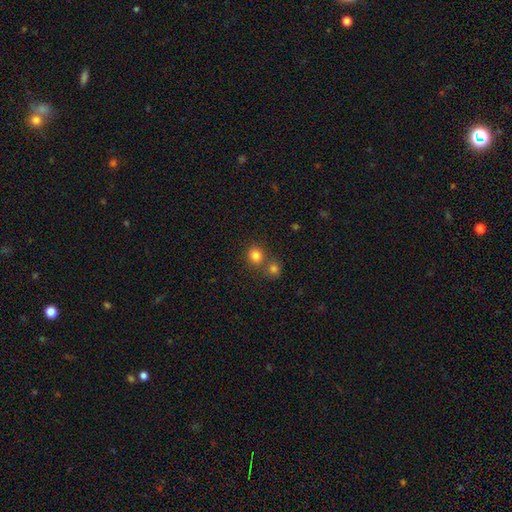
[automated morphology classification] Smooth or featured: smooth — 80% (star or artifact — 14%)
How rounded: round — 83% (in between — 16%)
Merging: none — 60% (merger — 30%)